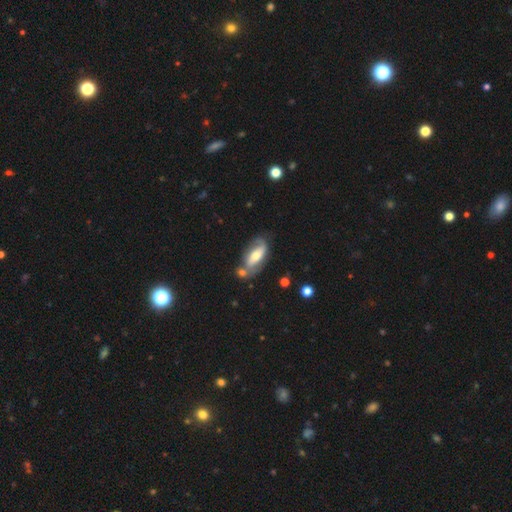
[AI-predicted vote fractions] featured or disk 61%, smooth 33%, star or artifact 6%. Down the decision tree: edge-on disk — no (86%); bar — no (36%); spiral arms — yes (74%); bulge size — moderate (62%); merging — none (55%).